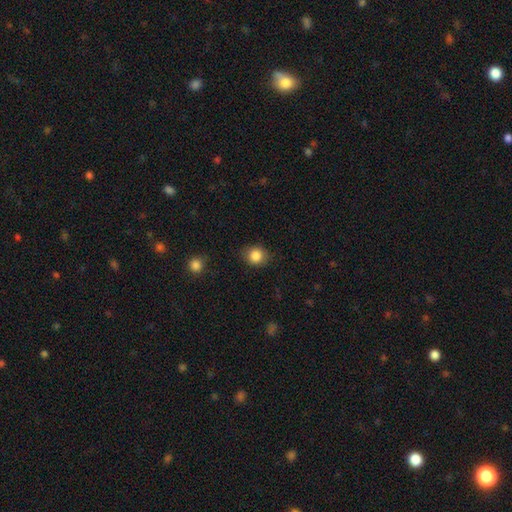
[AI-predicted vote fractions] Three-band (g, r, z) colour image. It shows a smooth galaxy with no disk features (86%) that is round (77%). Merging: none (82%).